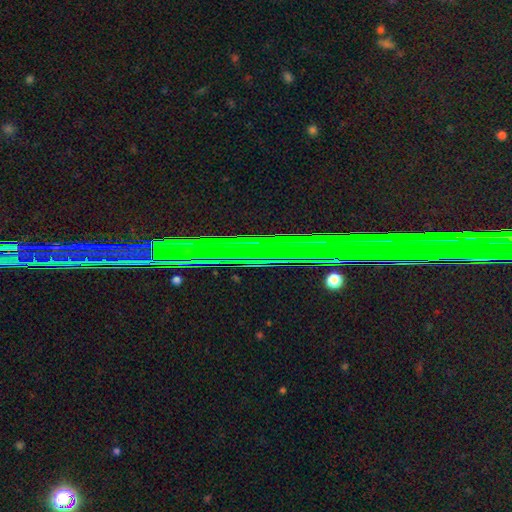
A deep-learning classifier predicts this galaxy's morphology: Overall: star or artifact (73%).